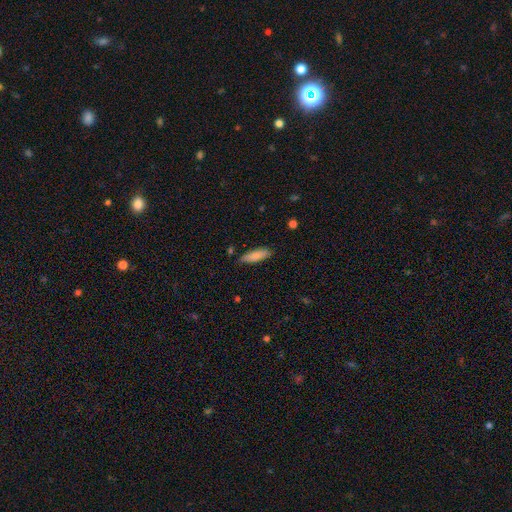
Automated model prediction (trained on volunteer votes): Overall: smooth (85%). How rounded: cigar-shaped (58%; in between 41%). Merging: none (83%).